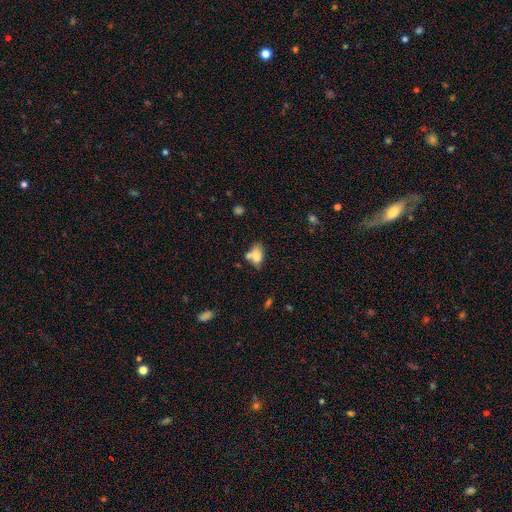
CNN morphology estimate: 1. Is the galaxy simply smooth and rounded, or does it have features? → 78% smooth, 13% featured or disk, 9% star or artifact.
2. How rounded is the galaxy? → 86% in between, 11% round, 3% cigar-shaped.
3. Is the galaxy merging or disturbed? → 46% none, 29% merger, 19% minor disturbance, 7% major disturbance.